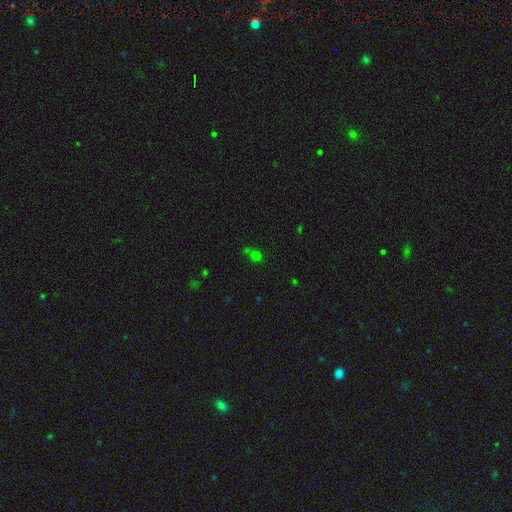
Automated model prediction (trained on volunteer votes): Smooth or featured?
  - smooth: 59% *
  - star or artifact: 34%
  - featured or disk: 8%
How rounded?
  - round: 75% *
  - in between: 24%
  - cigar-shaped: 2%
Merging?
  - none: 58% *
  - merger: 22%
  - minor disturbance: 14%
  - major disturbance: 7%